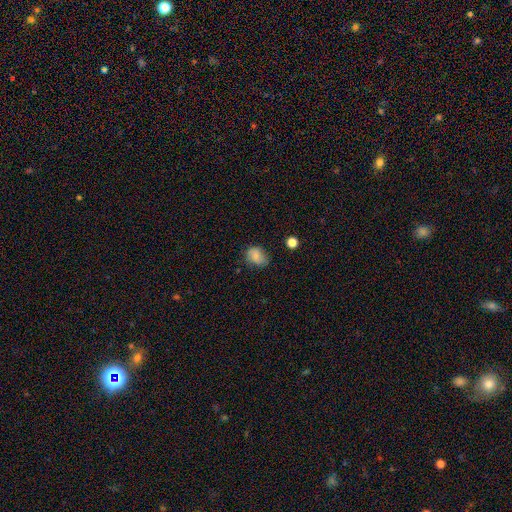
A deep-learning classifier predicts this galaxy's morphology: smooth-or-featured: smooth: 73% | featured or disk: 18% | star or artifact: 9%
  how-rounded: in between: 60% | round: 39% | cigar-shaped: 1%
  merging: none: 65% | minor disturbance: 27% | major disturbance: 6% | merger: 2%